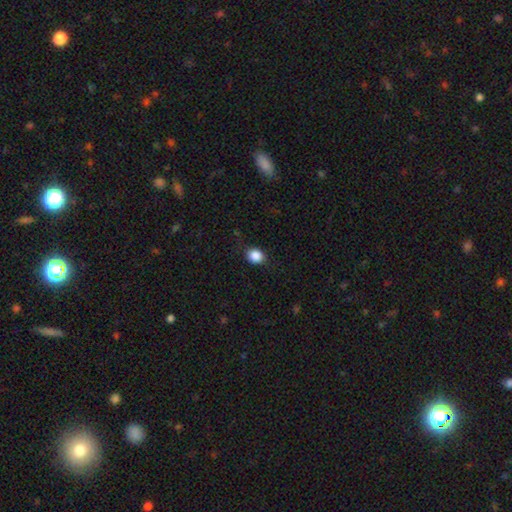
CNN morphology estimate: A smooth galaxy with no disk features (87%) that is round (62%). Merging: none (84%).